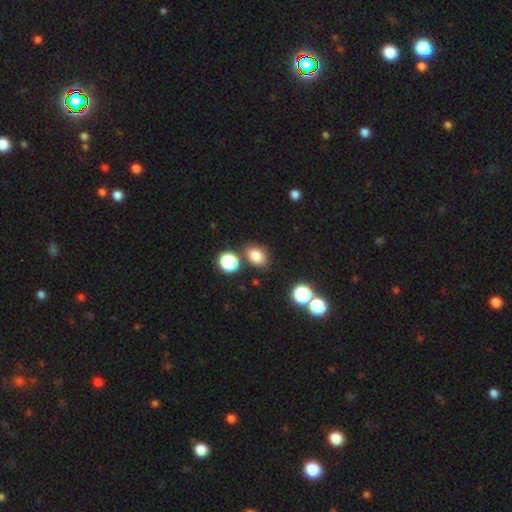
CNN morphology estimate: The model was most divided on "how rounded": in between: 66%, round: 33%, cigar-shaped: 1%. More confident: smooth or featured — smooth (81%); merging — none (77%).